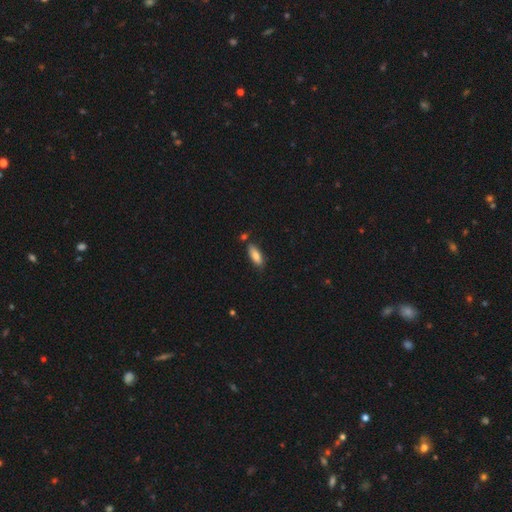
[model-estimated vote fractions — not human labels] A smooth galaxy with no disk features (82%) that is in between round and cigar-shaped (71%).

Vote fractions:
- Smooth or featured? smooth: 82% / featured or disk: 11% / star or artifact: 7%
- How rounded? in between: 71% / cigar-shaped: 27% / round: 2%
- Merging? none: 78% / minor disturbance: 14% / merger: 5% / major disturbance: 3%